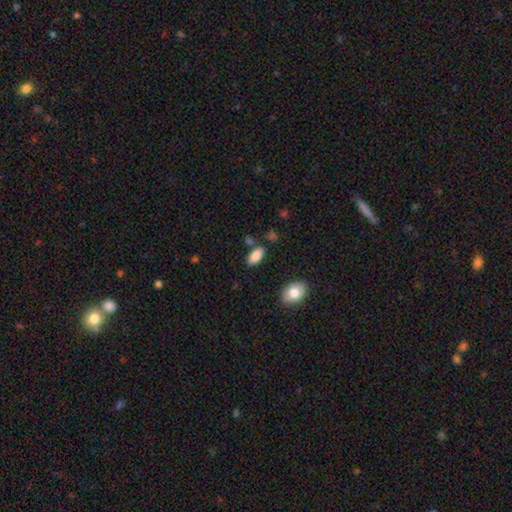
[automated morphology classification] Smooth or featured? Predicted: smooth (p=0.87). How rounded? Predicted: in between (p=0.91). Merging? Predicted: none (p=0.79).